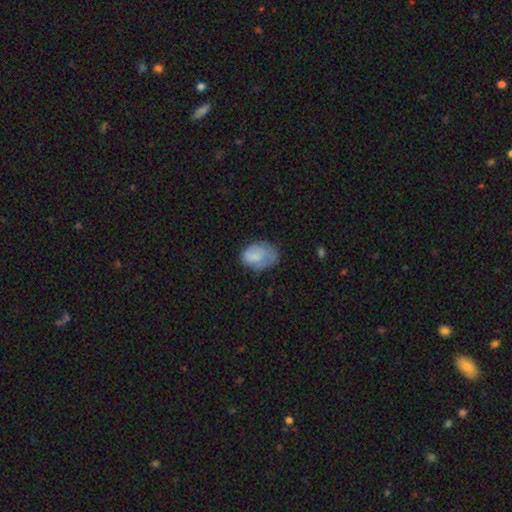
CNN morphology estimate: smooth_or_featured: smooth (p=0.74) [alt: featured or disk p=0.18]
how_rounded: in between (p=0.80) [alt: round p=0.19]
merging: none (p=0.46) [alt: minor disturbance p=0.33]